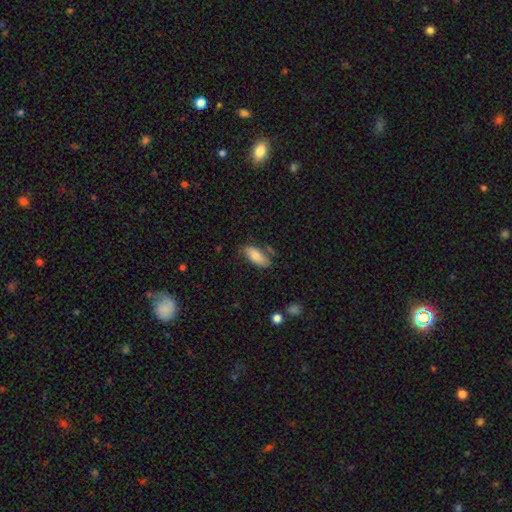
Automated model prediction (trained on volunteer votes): A smooth galaxy with no disk features (80%) that is in between round and cigar-shaped (85%). Merging: none (63%).